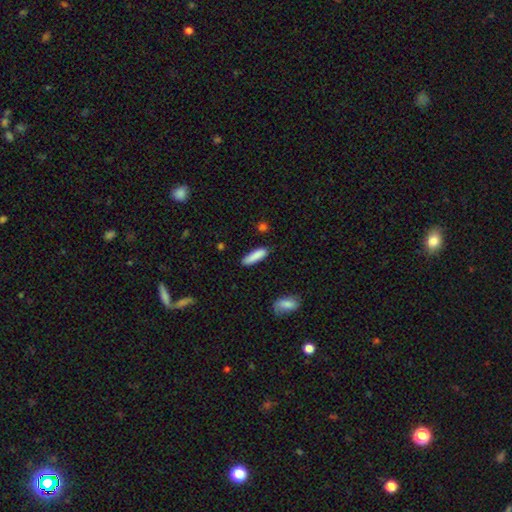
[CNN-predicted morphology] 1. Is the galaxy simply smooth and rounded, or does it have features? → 87% smooth, 7% featured or disk, 6% star or artifact.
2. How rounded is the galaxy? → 66% cigar-shaped, 32% in between, 2% round.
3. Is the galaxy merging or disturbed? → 83% none, 13% minor disturbance, 2% major disturbance, 2% merger.